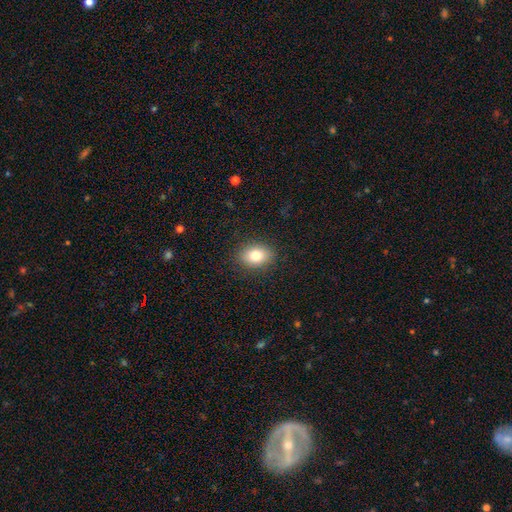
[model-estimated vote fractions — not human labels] Smooth or featured? smooth (81%)
How rounded? in between (70%)
Merging? none (87%)